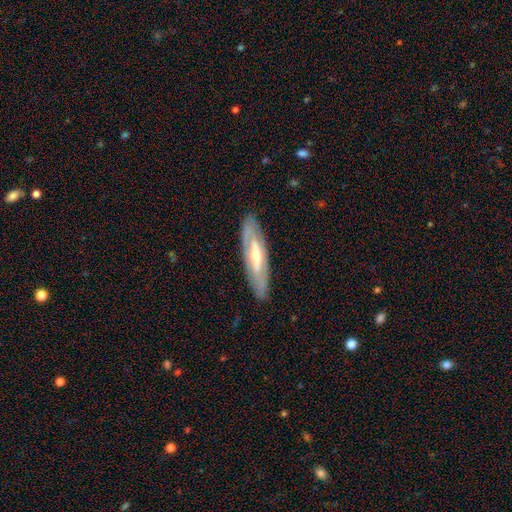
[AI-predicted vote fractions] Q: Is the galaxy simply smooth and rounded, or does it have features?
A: featured or disk — 70%.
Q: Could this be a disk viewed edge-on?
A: no — 62%.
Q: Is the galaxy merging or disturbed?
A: none — 86%.